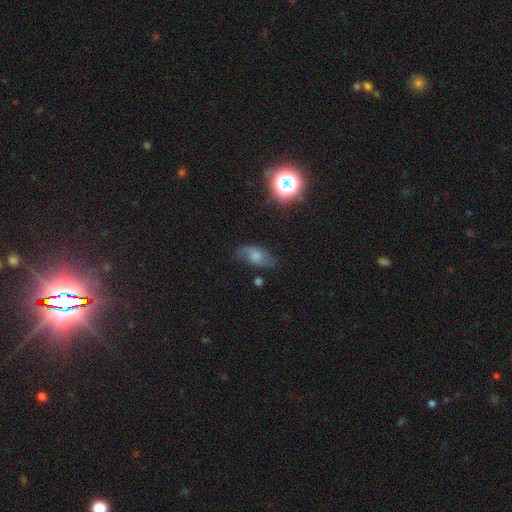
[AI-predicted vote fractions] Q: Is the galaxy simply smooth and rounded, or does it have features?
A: smooth — 45%.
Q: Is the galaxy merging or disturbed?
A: none — 65%.